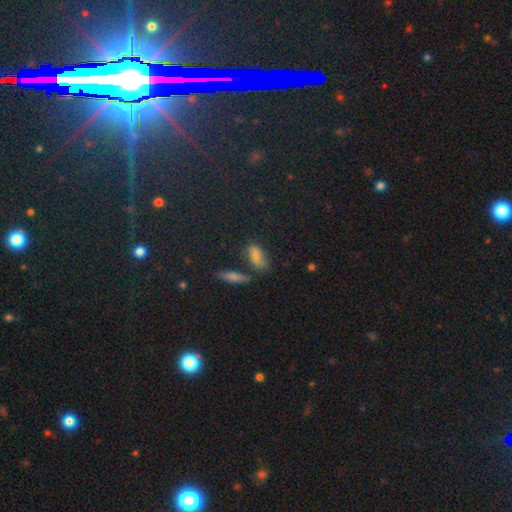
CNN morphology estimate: Overall: smooth (60%; star or artifact 23%). How rounded: in between (74%). Merging: none (60%).